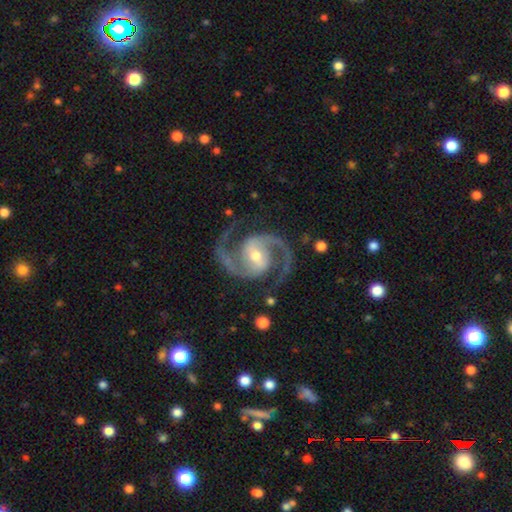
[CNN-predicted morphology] Smooth or featured?
  - featured or disk: 95% *
  - star or artifact: 3%
  - smooth: 2%
Edge-on disk?
  - no: 98% *
  - yes: 2%
Bar?
  - weak: 45% *
  - strong: 33%
  - no: 23%
Spiral arms?
  - yes: 99% *
  - no: 1%
Spiral winding?
  - medium: 70% *
  - tight: 16%
  - loose: 13%
Spiral arm count?
  - 2: 95% *
  - 3: 1%
  - can't tell: 1%
  - 1: 1%
  - 4: 1%
  - more than 4: 1%
Bulge size?
  - moderate: 56% *
  - small: 39%
  - large: 3%
  - none: 1%
  - dominant: 1%
Merging?
  - none: 84% *
  - minor disturbance: 10%
  - major disturbance: 4%
  - merger: 1%